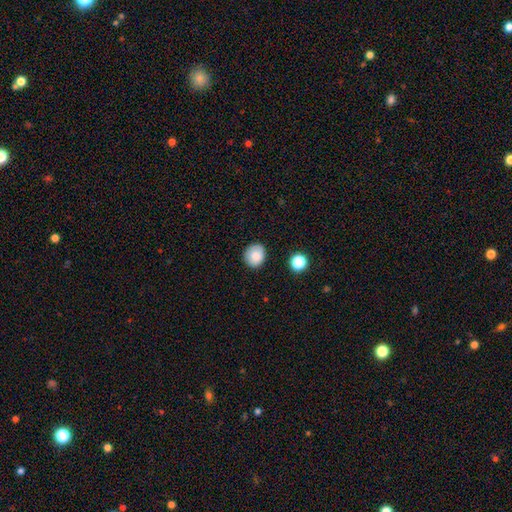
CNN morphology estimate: smooth-or-featured: smooth: 84% | star or artifact: 9% | featured or disk: 7%
  how-rounded: round: 74% | in between: 25% | cigar-shaped: 1%
  merging: none: 84% | minor disturbance: 11% | major disturbance: 3% | merger: 2%